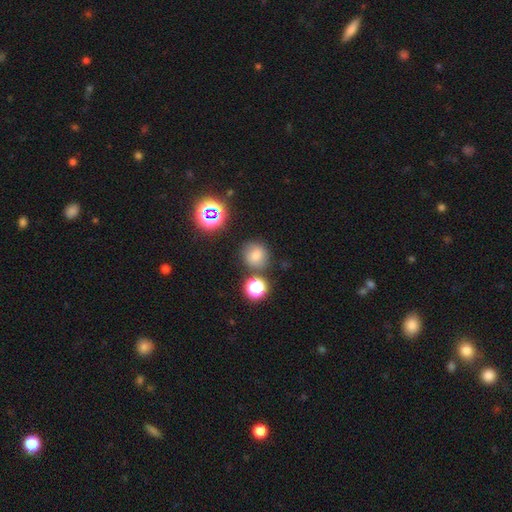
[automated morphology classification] This is likely a smooth galaxy (74%). How rounded: clearly round (88%). Merging: likely none (77%).